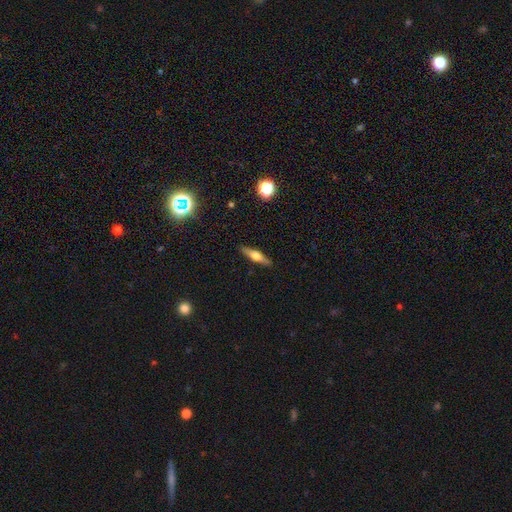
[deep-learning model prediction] A featured or disk galaxy (56%) viewed edge-on (95%) with a rounded central bulge (90%). Merging: none (90%).